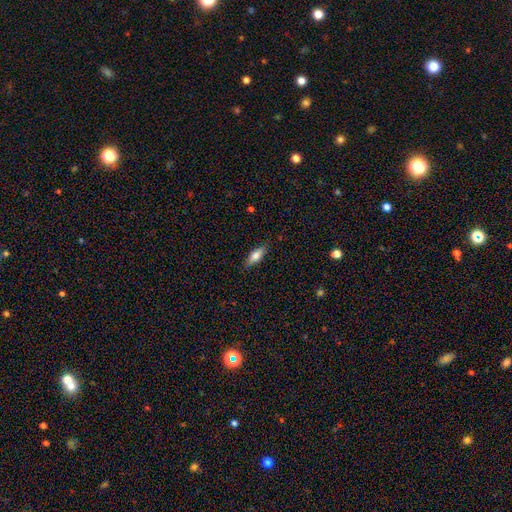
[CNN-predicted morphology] Overall: smooth (73%). How rounded: in between (60%; cigar-shaped 38%). Merging: none (86%).